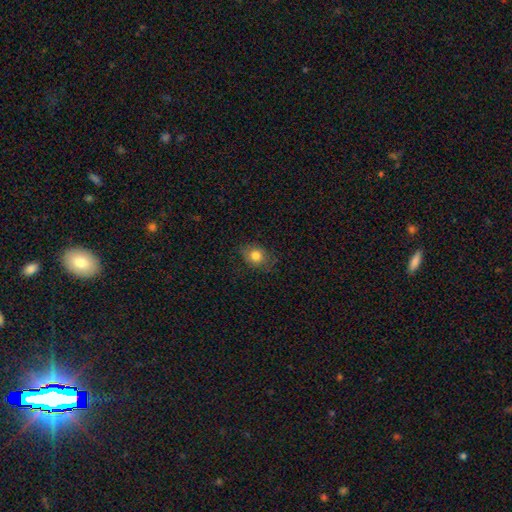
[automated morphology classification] A smooth galaxy with no disk features (79%) that is round (52%).

Vote fractions:
- Smooth or featured? smooth: 79% / featured or disk: 10% / star or artifact: 10%
- How rounded? round: 52% / in between: 47% / cigar-shaped: 1%
- Merging? none: 73% / minor disturbance: 20% / major disturbance: 5% / merger: 1%